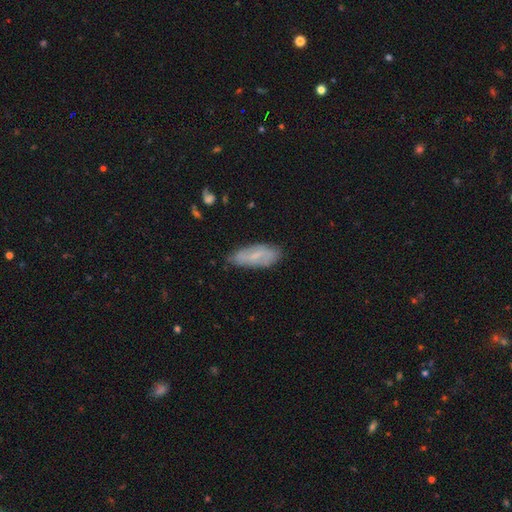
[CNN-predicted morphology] Q: Smooth or featured?
A: smooth (52%); runner-up: featured or disk (41%)
Q: How rounded?
A: in between (73%); runner-up: cigar-shaped (24%)
Q: Merging?
A: none (76%); runner-up: minor disturbance (19%)